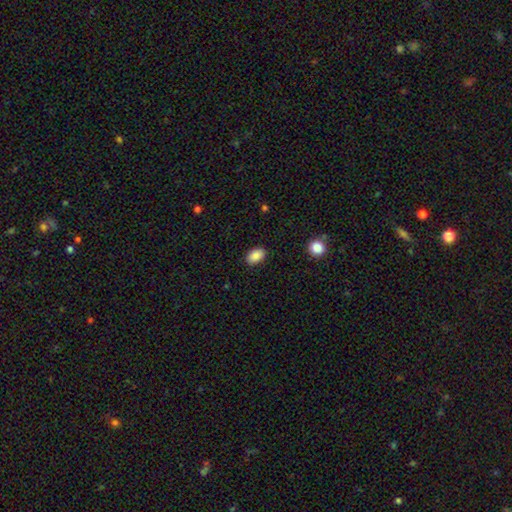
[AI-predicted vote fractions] Overall: smooth (88%). How rounded: in between (89%). Merging: none (88%).